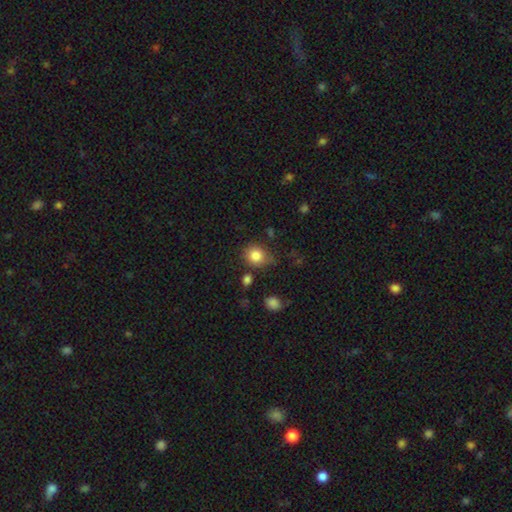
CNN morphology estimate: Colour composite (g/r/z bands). It shows a smooth galaxy with no disk features (84%) that is round (79%). Merging: none (72%).